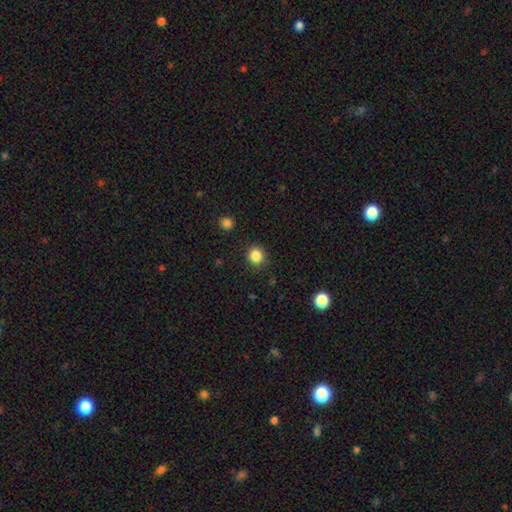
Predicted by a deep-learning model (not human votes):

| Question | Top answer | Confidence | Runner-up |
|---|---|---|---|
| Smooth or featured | smooth | 85% | star or artifact (11%) |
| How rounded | round | 89% | in between (10%) |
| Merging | none | 89% | minor disturbance (7%) |